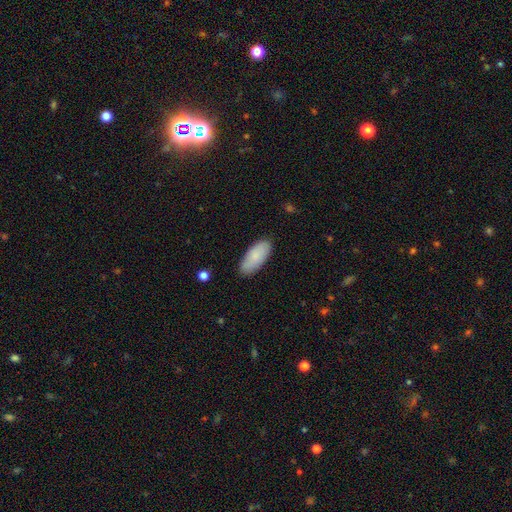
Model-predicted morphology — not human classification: Overall: smooth (85%). How rounded: in between (89%). Merging: none (86%).